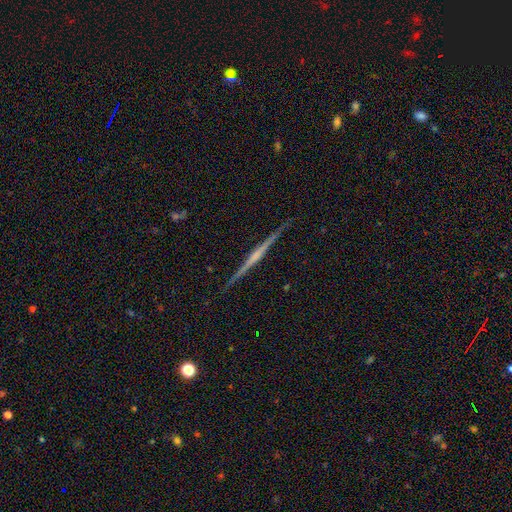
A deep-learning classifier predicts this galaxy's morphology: The model was most divided on "edge-on bulge": rounded: 50%, none: 34%, boxy: 15%. More confident: edge-on disk — yes (98%); merging — none (91%); smooth or featured — featured or disk (81%).